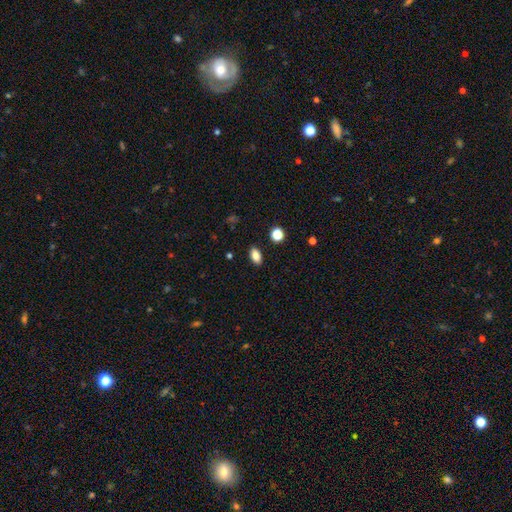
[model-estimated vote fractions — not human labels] Smooth or featured?
  - smooth: 83% *
  - star or artifact: 10%
  - featured or disk: 7%
How rounded?
  - in between: 88% *
  - round: 8%
  - cigar-shaped: 4%
Merging?
  - none: 88% *
  - minor disturbance: 8%
  - major disturbance: 2%
  - merger: 2%